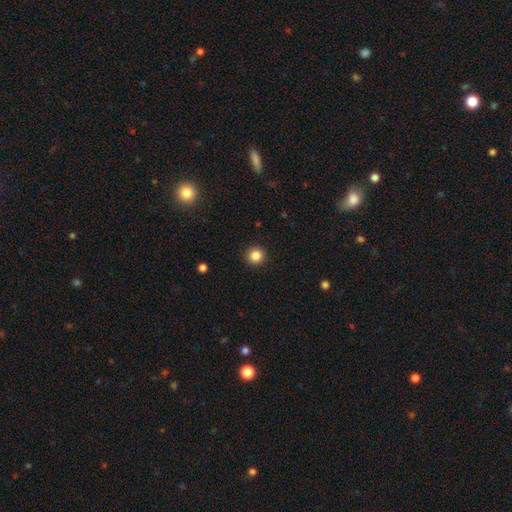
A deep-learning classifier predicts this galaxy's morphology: A smooth galaxy with no disk features (85%) that is round (95%).

Vote fractions:
- Smooth or featured? smooth: 85% / star or artifact: 11% / featured or disk: 4%
- How rounded? round: 95% / in between: 4% / cigar-shaped: 1%
- Merging? none: 93% / minor disturbance: 5% / major disturbance: 2% / merger: 1%